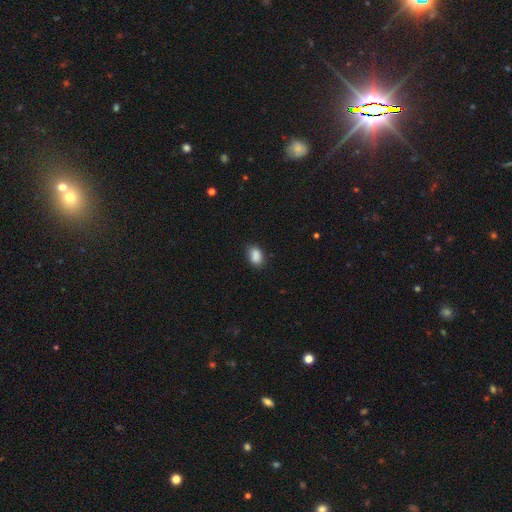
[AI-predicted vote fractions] A smooth galaxy with no disk features (88%) that is in between round and cigar-shaped (84%). Merging: none (82%).